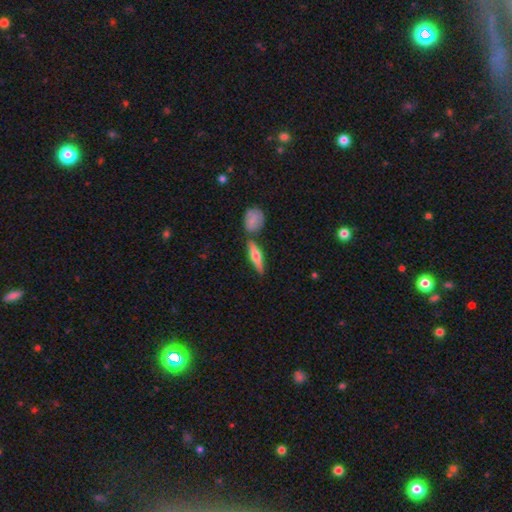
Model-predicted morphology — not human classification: Smooth or featured?
  - featured or disk: 52% *
  - smooth: 42%
  - star or artifact: 6%
Edge-on disk?
  - yes: 94% *
  - no: 6%
Merging?
  - none: 76% *
  - merger: 11%
  - minor disturbance: 10%
  - major disturbance: 3%